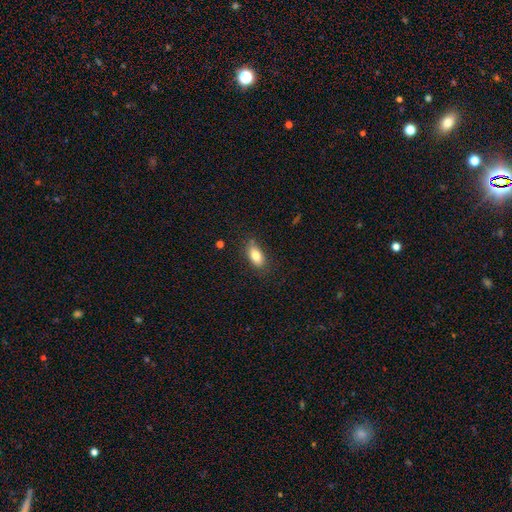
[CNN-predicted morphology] Overall: smooth (80%). How rounded: in between (87%). Merging: none (81%).